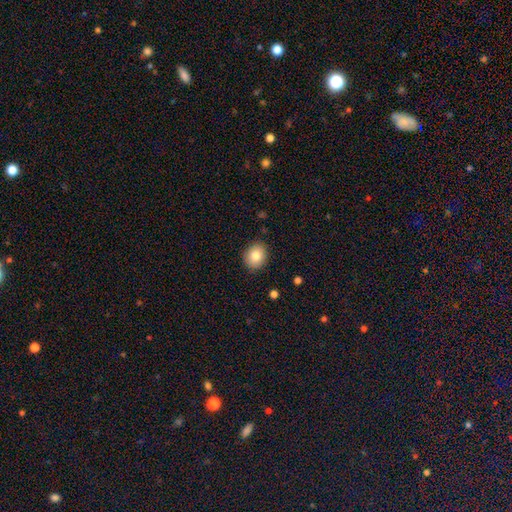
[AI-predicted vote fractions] A smooth galaxy with no disk features (80%) that is round (65%). Merging: none (89%).